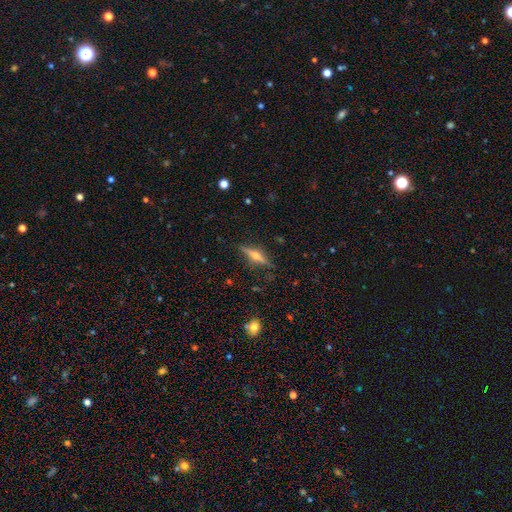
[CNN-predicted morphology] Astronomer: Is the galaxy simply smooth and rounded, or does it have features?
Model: featured or disk — 73%.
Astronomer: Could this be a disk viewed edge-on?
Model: yes — 96%.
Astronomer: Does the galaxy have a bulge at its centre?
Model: rounded — 94%.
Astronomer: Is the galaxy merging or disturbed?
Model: none — 87%.